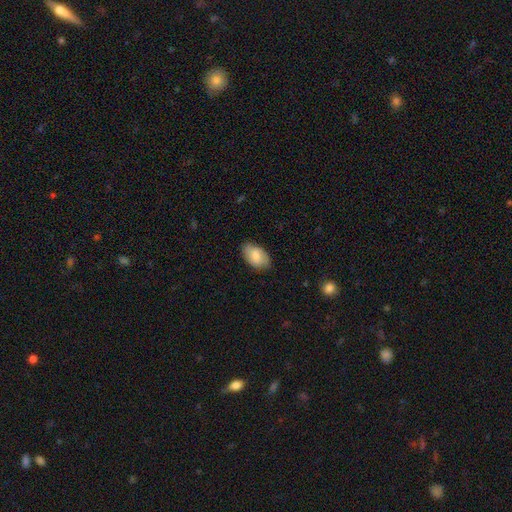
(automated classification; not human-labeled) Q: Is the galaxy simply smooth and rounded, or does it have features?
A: smooth — 78%.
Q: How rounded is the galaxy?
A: in between — 94%.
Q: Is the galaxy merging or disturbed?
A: none — 81%.